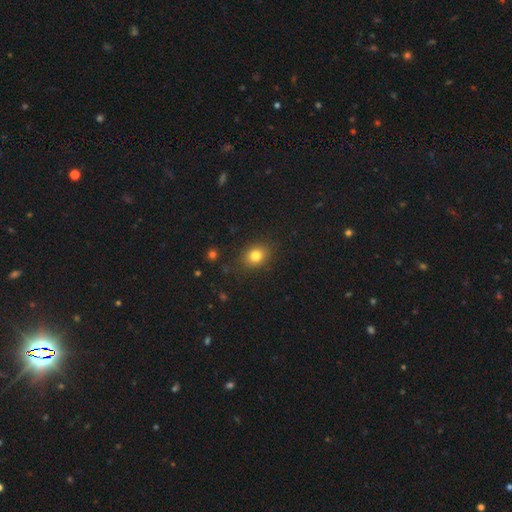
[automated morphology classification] Smooth or featured? smooth (80%)
How rounded? round (51%)
Merging? none (85%)